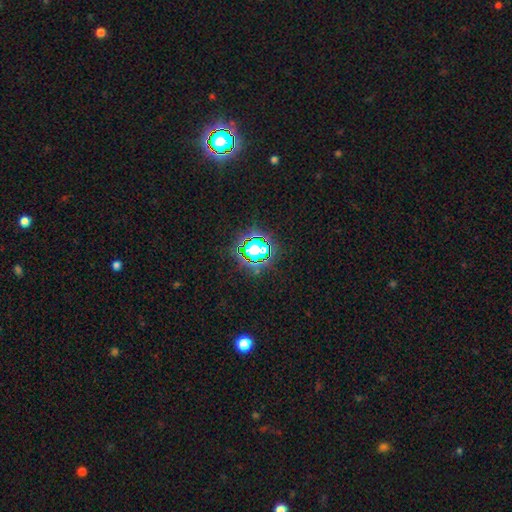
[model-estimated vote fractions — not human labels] A star or artifact, not a galaxy (76%).

Vote fractions:
- Smooth or featured? star or artifact: 76% / smooth: 16% / featured or disk: 8%